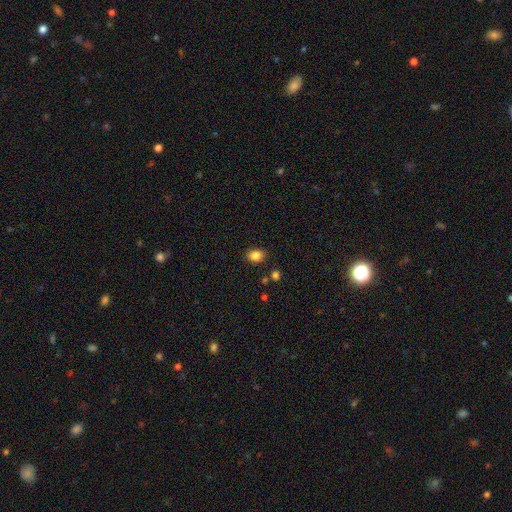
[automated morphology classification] A smooth galaxy with no disk features (85%) that is in between round and cigar-shaped (56%). Merging: none (86%).